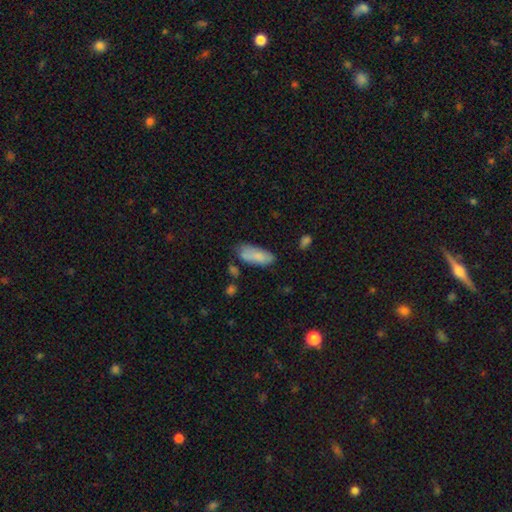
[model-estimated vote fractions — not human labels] Morphology: type=smooth (82%); roundness=in between (79%); merging=none (59%).